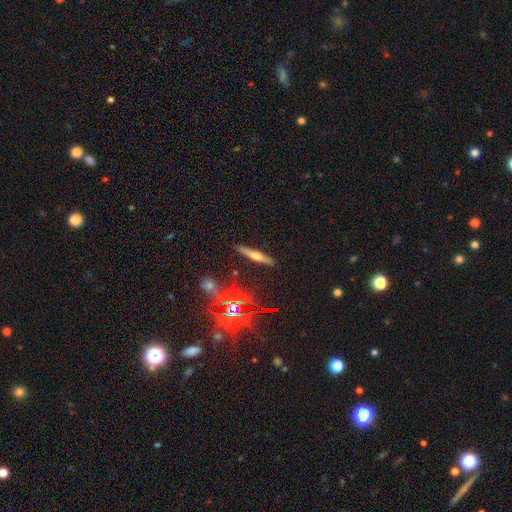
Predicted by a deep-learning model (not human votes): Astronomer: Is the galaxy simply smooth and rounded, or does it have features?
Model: featured or disk — 50% (runner-up: smooth, 32%).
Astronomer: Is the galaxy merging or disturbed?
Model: none — 88%.